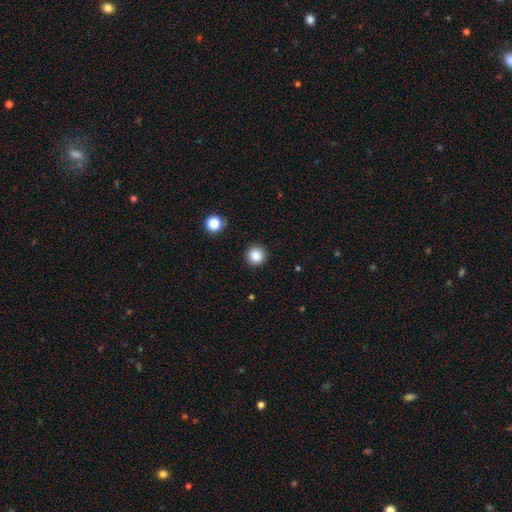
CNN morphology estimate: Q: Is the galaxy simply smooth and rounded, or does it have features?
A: smooth — 85%.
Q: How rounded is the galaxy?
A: round — 95%.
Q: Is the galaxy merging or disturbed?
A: none — 92%.